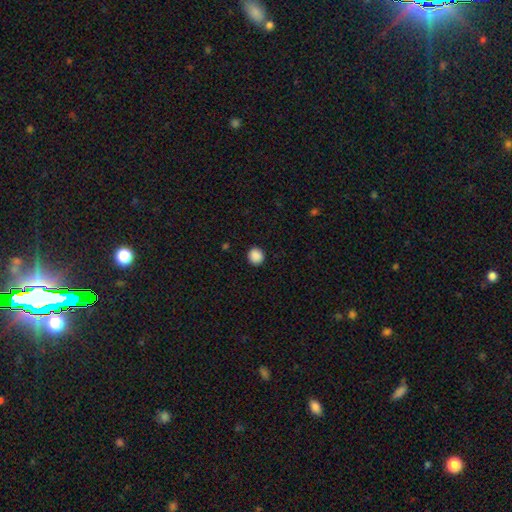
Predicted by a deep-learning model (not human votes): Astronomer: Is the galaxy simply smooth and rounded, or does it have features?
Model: smooth — 89%.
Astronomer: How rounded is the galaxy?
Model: round — 89%.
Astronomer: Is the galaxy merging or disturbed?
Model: none — 91%.